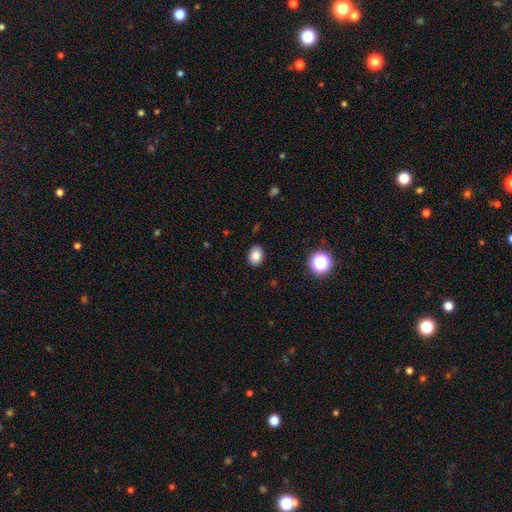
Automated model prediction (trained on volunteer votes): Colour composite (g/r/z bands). It shows a smooth galaxy with no disk features (83%) that is in between round and cigar-shaped (63%). Merging: none (89%).